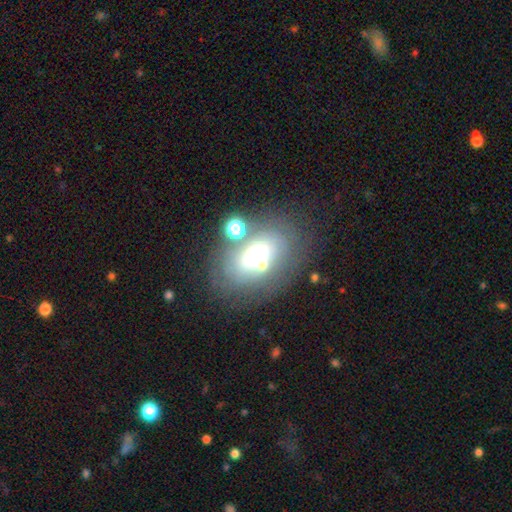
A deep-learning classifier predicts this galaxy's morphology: smooth 47%, featured or disk 34%, star or artifact 19%. Down the decision tree: merging — none (50%).